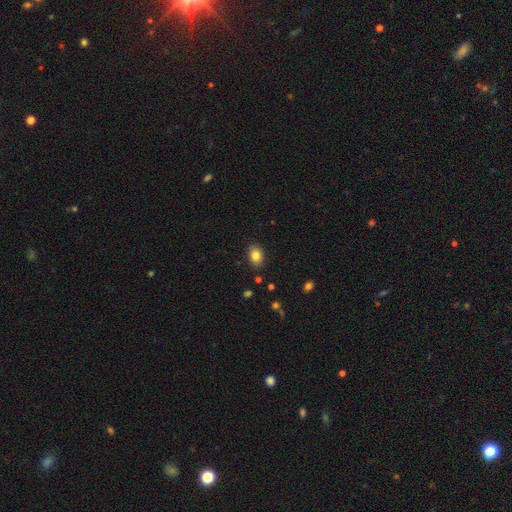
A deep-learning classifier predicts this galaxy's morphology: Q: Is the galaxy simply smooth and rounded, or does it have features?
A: smooth — 83%.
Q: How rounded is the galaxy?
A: in between — 74%.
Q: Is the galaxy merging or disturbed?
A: none — 87%.